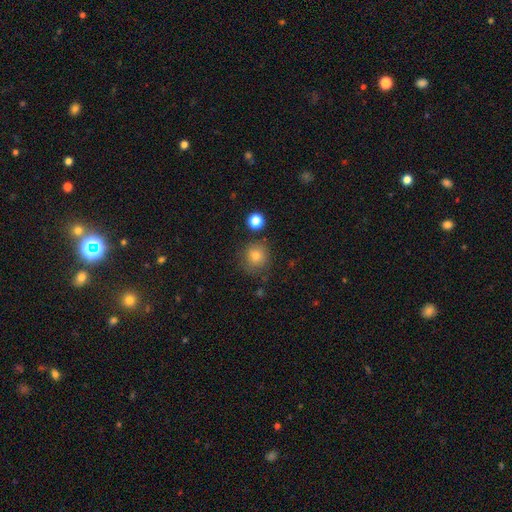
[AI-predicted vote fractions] The model was most divided on "merging": none: 79%, minor disturbance: 13%, merger: 5%, major disturbance: 4%. More confident: how rounded — round (91%); smooth or featured — smooth (79%).